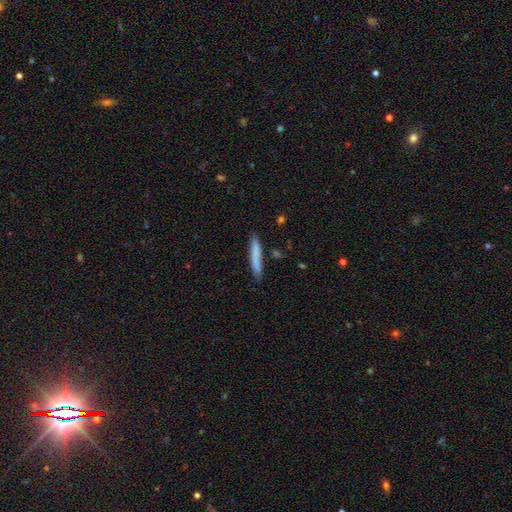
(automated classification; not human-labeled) This appears to be a smooth galaxy with no disk features (78%) that is cigar-shaped (93%). Merging: none (82%).